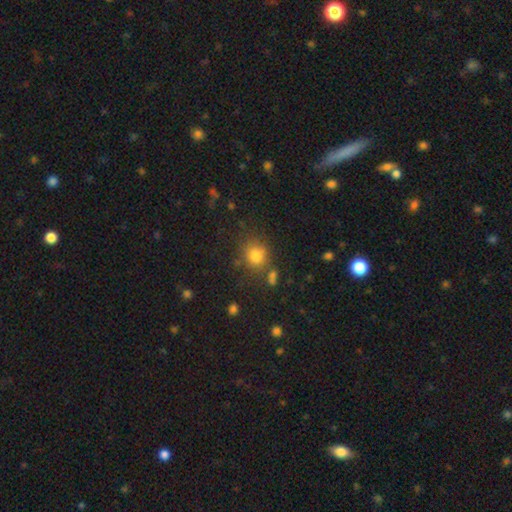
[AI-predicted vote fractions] smooth-or-featured: smooth: 80% | star or artifact: 14% | featured or disk: 7%
  how-rounded: round: 81% | in between: 18% | cigar-shaped: 1%
  merging: none: 74% | minor disturbance: 12% | merger: 8% | major disturbance: 5%